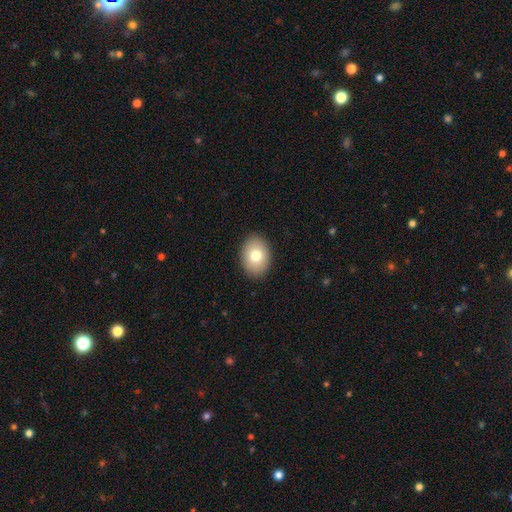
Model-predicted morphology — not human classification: This appears to be a smooth galaxy with no disk features (78%) that is in between round and cigar-shaped (72%). Merging: none (89%).